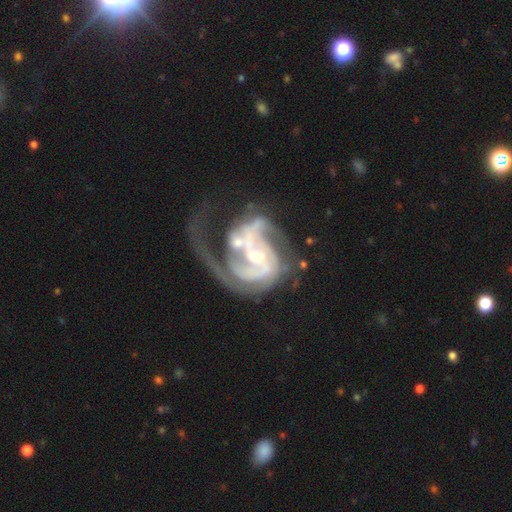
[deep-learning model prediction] Overall: featured or disk (91%). Edge-on disk: no (98%). Bar: weak (44%; no 36%). Spiral arms: yes (97%). Spiral arm count: 2 (52%; 3 14%). Spiral winding: medium (45%; tight 34%). Bulge size: moderate (49%; small 42%). Merging: major disturbance (39%; none 28%).